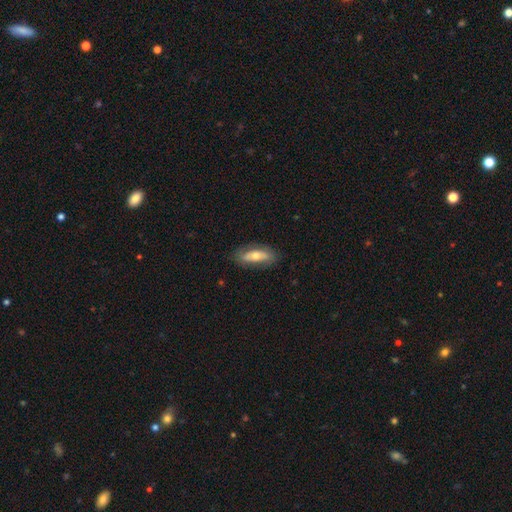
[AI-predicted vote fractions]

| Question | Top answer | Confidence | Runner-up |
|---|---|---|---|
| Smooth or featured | smooth | 49% | featured or disk (45%) |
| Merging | none | 78% | minor disturbance (16%) |